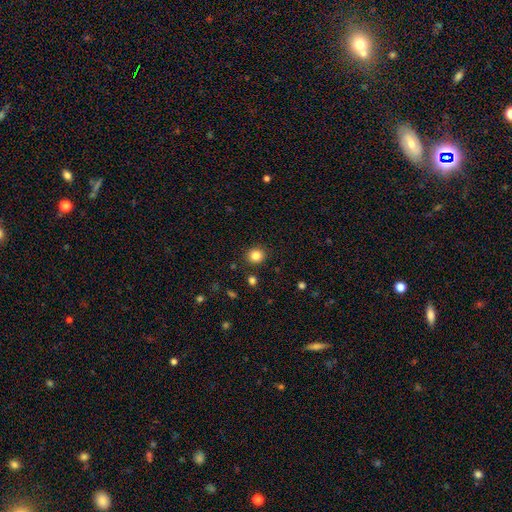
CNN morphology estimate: Smooth or featured?
  - smooth: 84% *
  - star or artifact: 11%
  - featured or disk: 5%
How rounded?
  - round: 86% *
  - in between: 13%
  - cigar-shaped: 1%
Merging?
  - none: 89% *
  - minor disturbance: 7%
  - merger: 2%
  - major disturbance: 2%